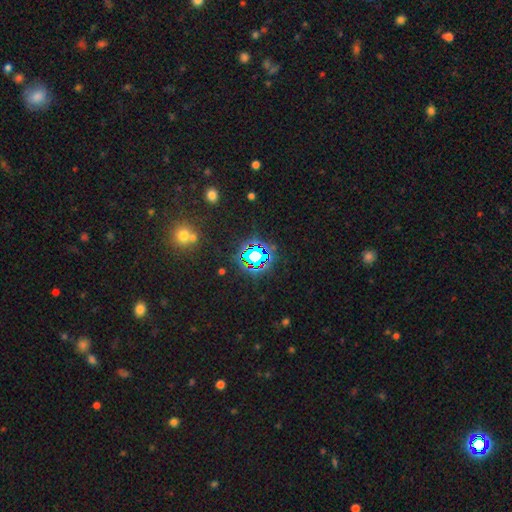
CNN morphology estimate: star or artifact 74%, smooth 15%, featured or disk 11%.